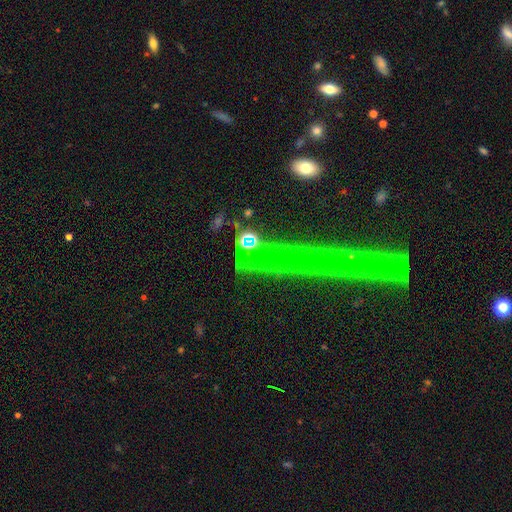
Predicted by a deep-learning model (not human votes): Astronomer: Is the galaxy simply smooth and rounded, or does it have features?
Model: featured or disk — 58%.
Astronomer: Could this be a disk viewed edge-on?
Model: yes — 95%.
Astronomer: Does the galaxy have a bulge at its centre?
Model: none — 85%.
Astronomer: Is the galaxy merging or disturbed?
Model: none — 81%.